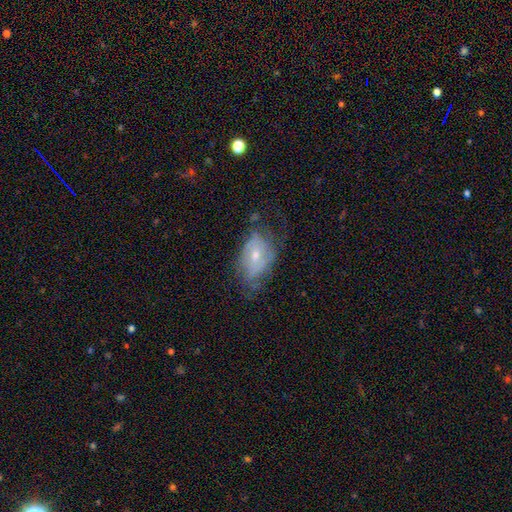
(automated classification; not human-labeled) A featured or disk galaxy (55%) with no bar (63%), spiral arms (59%) and a small central bulge (52%). Merging: none (44%).